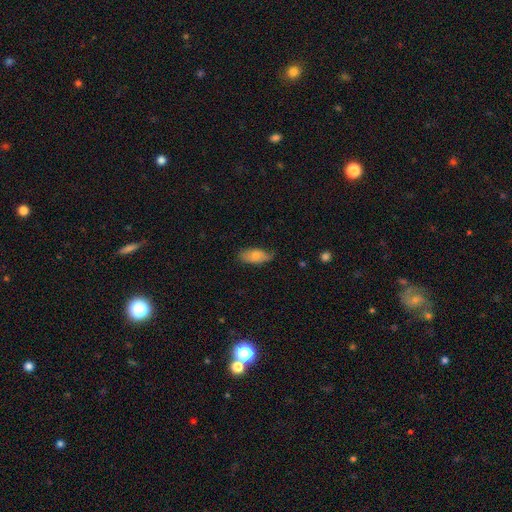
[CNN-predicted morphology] Q: Smooth or featured?
A: smooth (76%); runner-up: featured or disk (18%)
Q: How rounded?
A: in between (86%); runner-up: cigar-shaped (11%)
Q: Merging?
A: none (69%); runner-up: minor disturbance (25%)